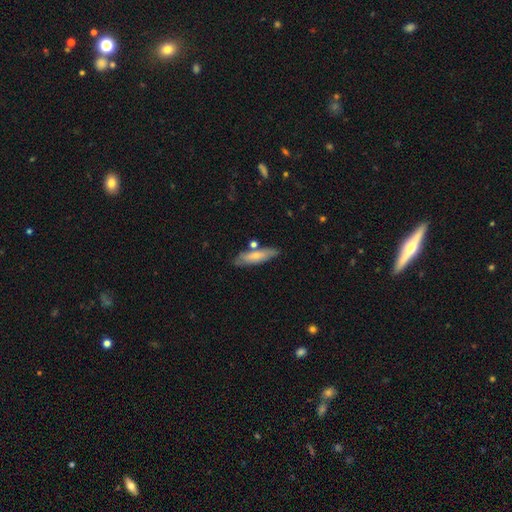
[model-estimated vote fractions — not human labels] Smooth or featured?
  - smooth: 62% *
  - featured or disk: 32%
  - star or artifact: 6%
How rounded?
  - cigar-shaped: 61% *
  - in between: 36%
  - round: 2%
Merging?
  - none: 72% *
  - minor disturbance: 16%
  - merger: 9%
  - major disturbance: 3%